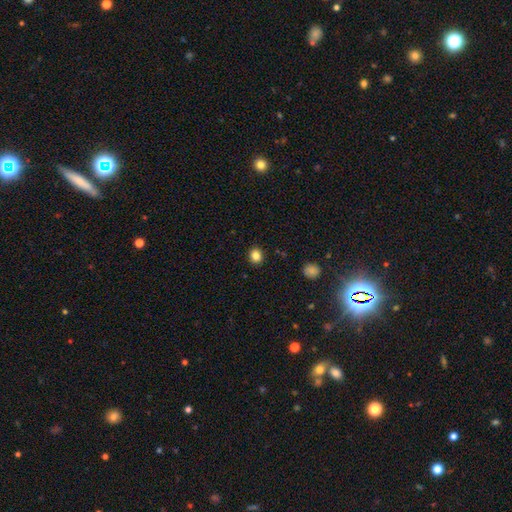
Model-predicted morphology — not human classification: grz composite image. It shows a smooth galaxy with no disk features (85%) that is round (67%). Merging: none (90%).